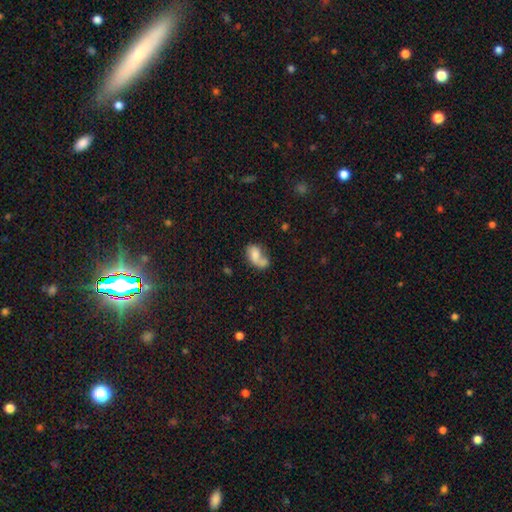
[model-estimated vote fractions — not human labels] The model was most divided on "merging": merger: 44%, none: 24%, major disturbance: 16%, minor disturbance: 16%. More confident: how rounded — in between (84%); smooth or featured — smooth (68%).